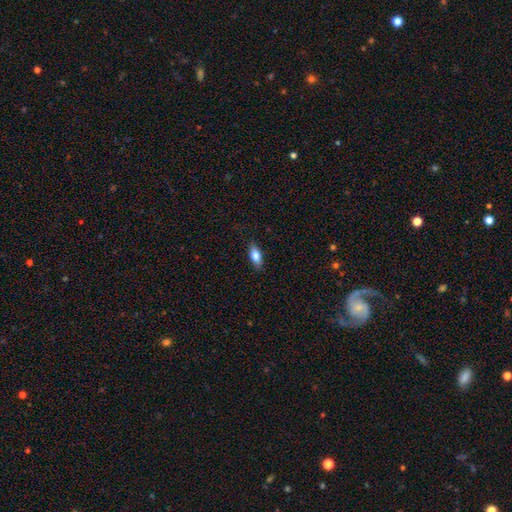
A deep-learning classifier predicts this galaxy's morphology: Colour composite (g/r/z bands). It shows a smooth galaxy with no disk features (73%) that is in between round and cigar-shaped (78%). Merging: none (86%).